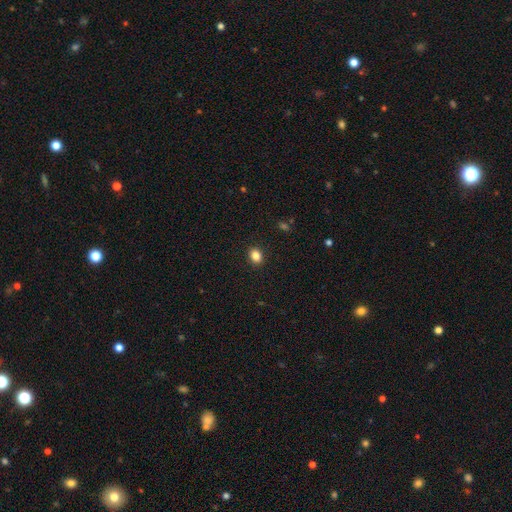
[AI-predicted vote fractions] Smooth or featured?
  - smooth: 85% *
  - star or artifact: 11%
  - featured or disk: 4%
How rounded?
  - in between: 57% *
  - round: 42%
  - cigar-shaped: 1%
Merging?
  - none: 90% *
  - minor disturbance: 7%
  - major disturbance: 2%
  - merger: 1%